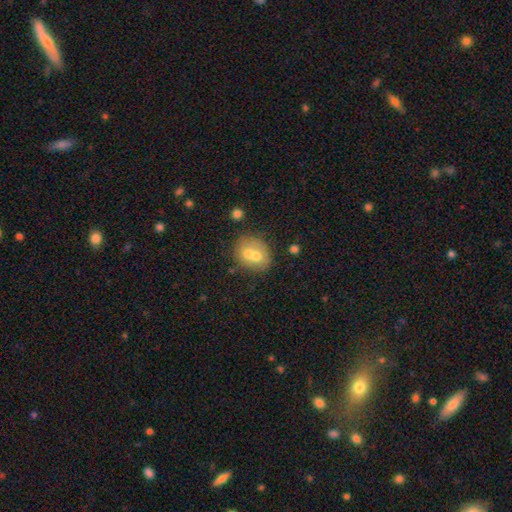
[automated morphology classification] Smooth or featured? Predicted: smooth (p=0.63). How rounded? Predicted: round (p=0.55). Merging? Predicted: merger (p=0.50).